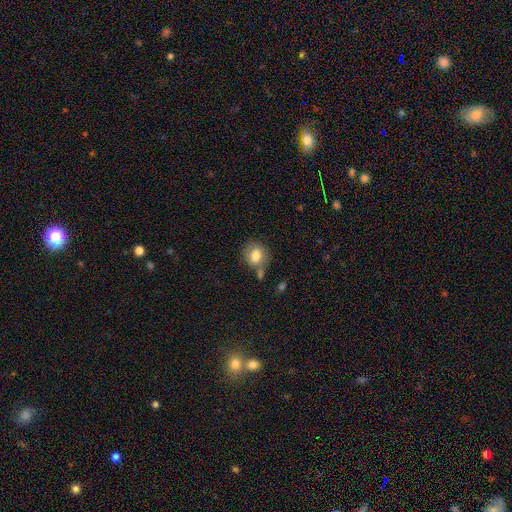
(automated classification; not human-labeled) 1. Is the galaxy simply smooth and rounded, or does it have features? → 79% smooth, 13% featured or disk, 8% star or artifact.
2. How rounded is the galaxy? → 59% round, 40% in between, 1% cigar-shaped.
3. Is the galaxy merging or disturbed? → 61% none, 17% minor disturbance, 16% merger, 6% major disturbance.